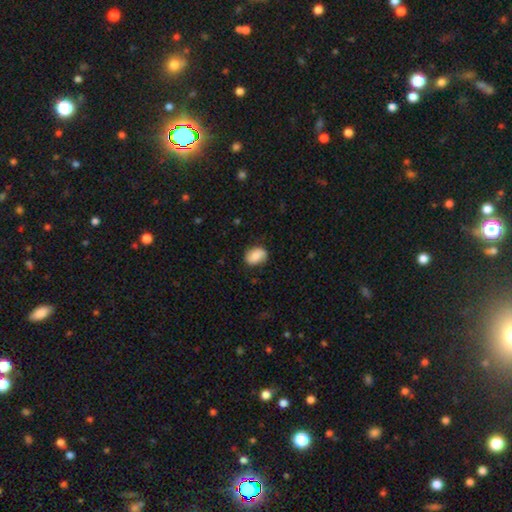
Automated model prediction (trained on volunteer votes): This is likely a smooth galaxy (78%). How rounded: likely in between (71%). Merging: likely none (79%).